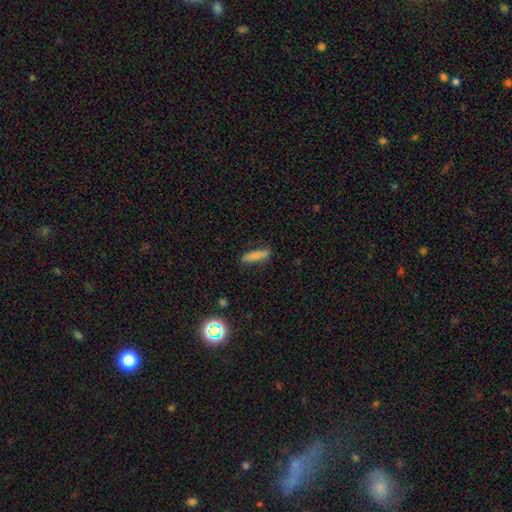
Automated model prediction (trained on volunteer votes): The model was most divided on "how rounded": cigar-shaped: 69%, in between: 29%, round: 2%. More confident: smooth or featured — smooth (77%); merging — none (75%).